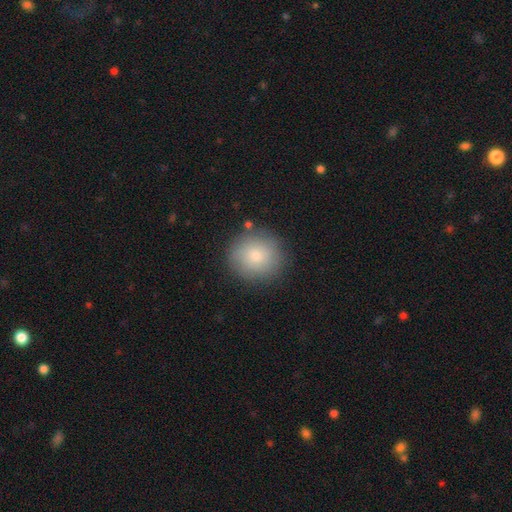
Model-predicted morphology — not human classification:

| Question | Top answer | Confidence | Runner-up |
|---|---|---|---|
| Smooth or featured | smooth | 77% | featured or disk (14%) |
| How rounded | round | 89% | in between (10%) |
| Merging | none | 84% | minor disturbance (10%) |